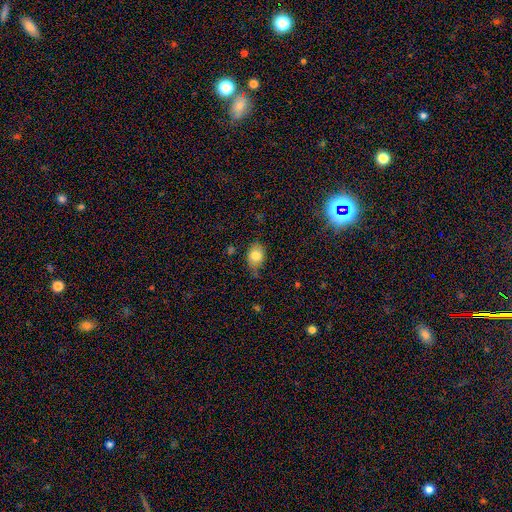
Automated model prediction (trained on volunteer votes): Morphology: type=smooth (79%); roundness=in between (72%); merging=none (60%).